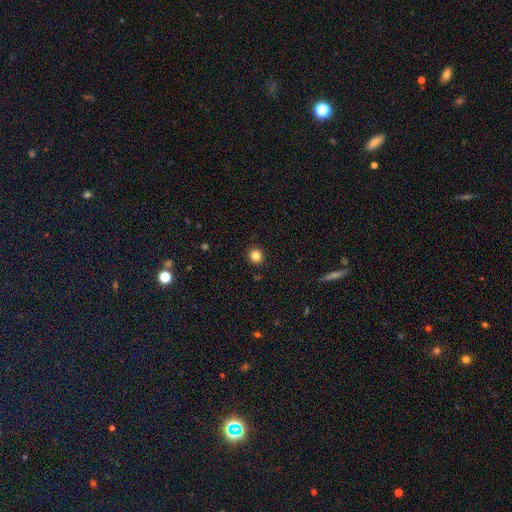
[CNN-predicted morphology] This is clearly a smooth galaxy (83%). How rounded: clearly round (87%). Merging: clearly none (92%).